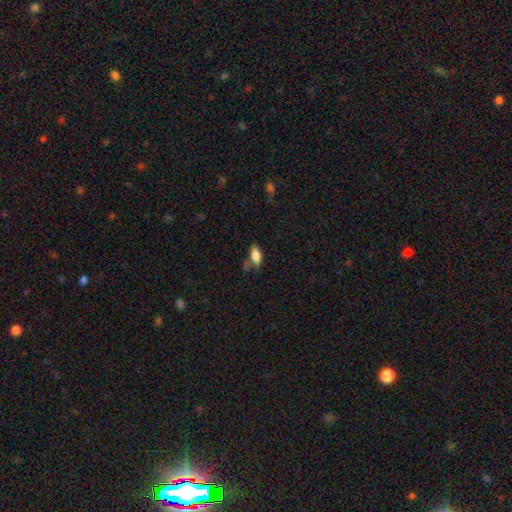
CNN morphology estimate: Smooth or featured? smooth (75%)
How rounded? in between (83%)
Merging? none (45%)